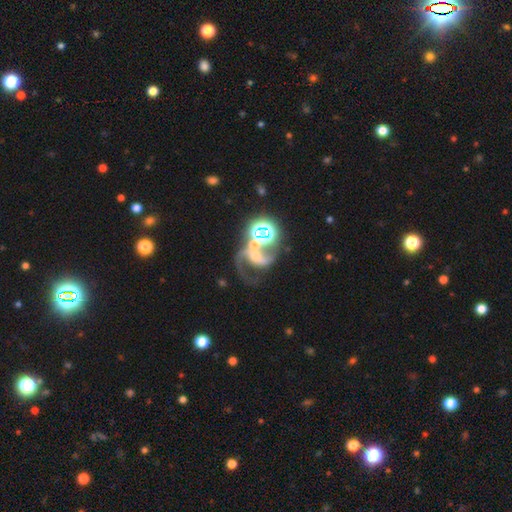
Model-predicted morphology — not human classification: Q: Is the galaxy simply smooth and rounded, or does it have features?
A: featured or disk — 72%.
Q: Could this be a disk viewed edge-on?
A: no — 98%.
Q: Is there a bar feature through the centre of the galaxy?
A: strong — 35%, tied with no.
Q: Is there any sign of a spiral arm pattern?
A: yes — 92%.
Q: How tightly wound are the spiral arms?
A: loose — 47%.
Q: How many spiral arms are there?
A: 2 — 81%.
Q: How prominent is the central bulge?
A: moderate — 52%.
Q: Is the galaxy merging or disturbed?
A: none — 36%.